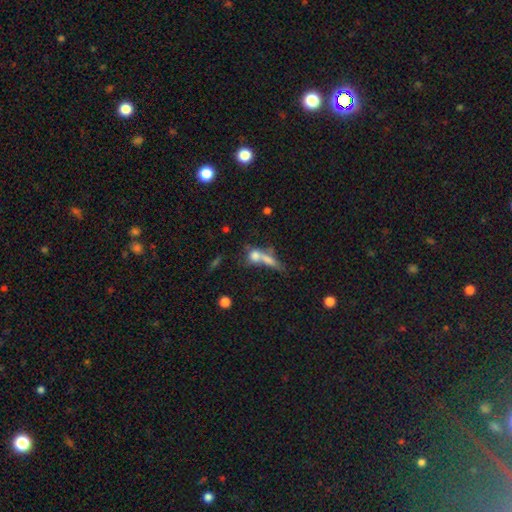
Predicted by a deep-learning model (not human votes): The model was most divided on "how rounded": in between: 35%, round: 34%, cigar-shaped: 31%. More confident: smooth or featured — smooth (64%); merging — merger (52%).